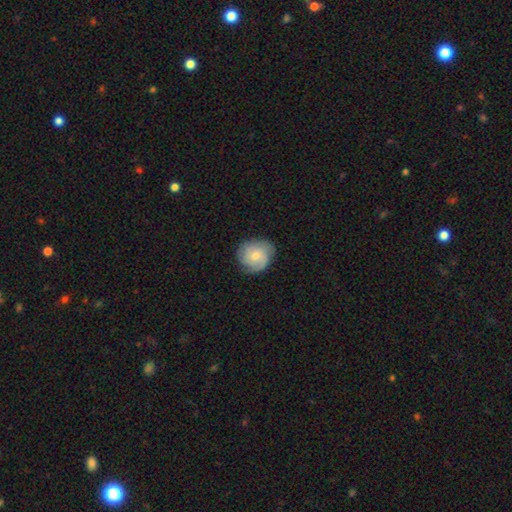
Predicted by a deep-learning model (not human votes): Smooth or featured?
  - smooth: 49% *
  - featured or disk: 44%
  - star or artifact: 7%
Merging?
  - none: 72% *
  - minor disturbance: 21%
  - major disturbance: 5%
  - merger: 1%